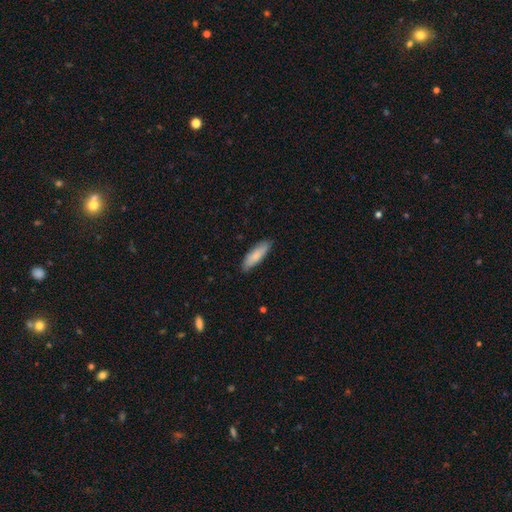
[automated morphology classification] This appears to be a smooth galaxy with no disk features (80%) that is in between round and cigar-shaped (53%). Merging: none (84%).